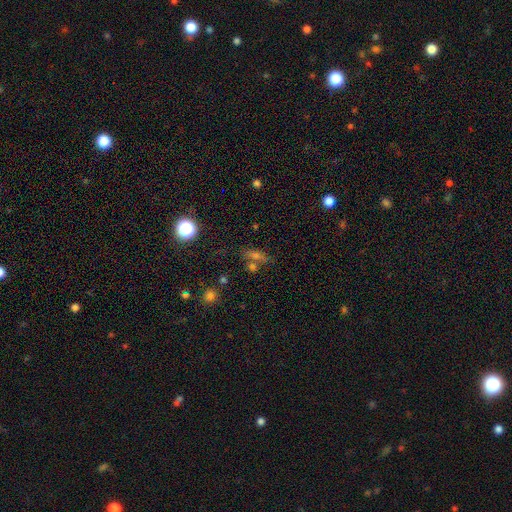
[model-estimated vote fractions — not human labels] A smooth galaxy with no disk features (47%).

Vote fractions:
- Smooth or featured? smooth: 47% / featured or disk: 27% / star or artifact: 26%
- Merging? none: 66% / merger: 16% / minor disturbance: 13% / major disturbance: 6%